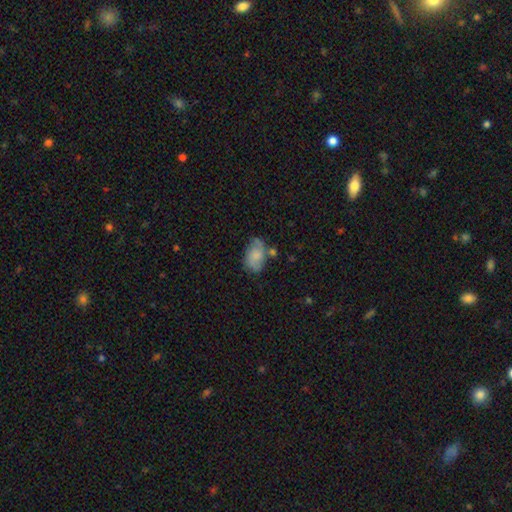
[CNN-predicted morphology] smooth 61%, featured or disk 31%, star or artifact 8%. Down the decision tree: how rounded — in between (88%); merging — none (49%).